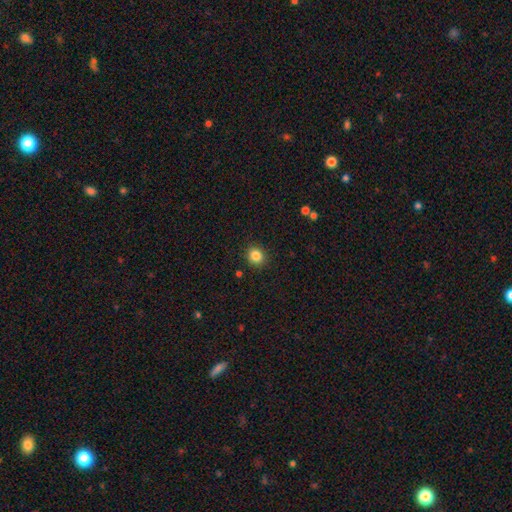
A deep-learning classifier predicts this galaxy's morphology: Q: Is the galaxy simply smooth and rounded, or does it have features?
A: smooth — 85%.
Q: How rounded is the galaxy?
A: round — 82%.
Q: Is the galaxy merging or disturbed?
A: none — 90%.